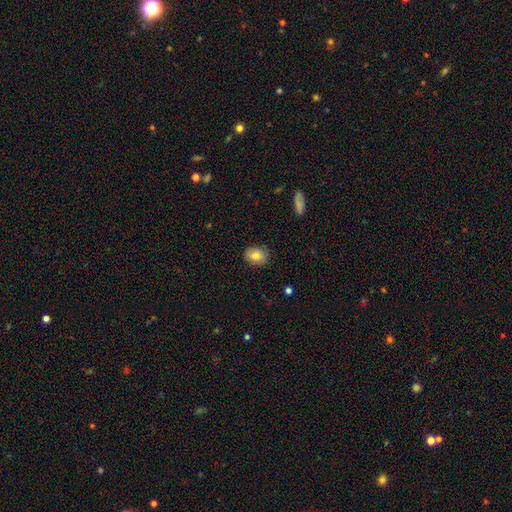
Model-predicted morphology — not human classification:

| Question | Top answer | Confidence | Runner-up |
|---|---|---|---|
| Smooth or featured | smooth | 79% | featured or disk (13%) |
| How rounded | in between | 56% | round (43%) |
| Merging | none | 86% | minor disturbance (11%) |